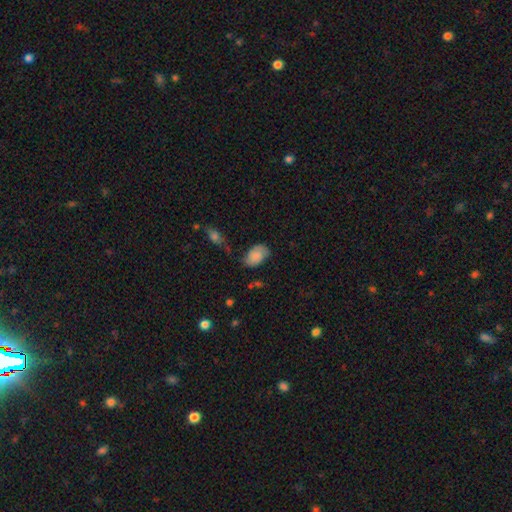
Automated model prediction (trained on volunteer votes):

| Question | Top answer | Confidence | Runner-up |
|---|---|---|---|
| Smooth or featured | smooth | 72% | featured or disk (20%) |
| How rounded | in between | 88% | round (11%) |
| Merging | none | 63% | minor disturbance (26%) |